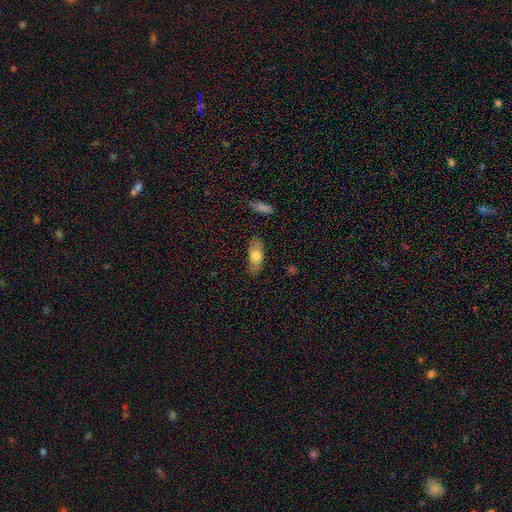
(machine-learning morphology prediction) A smooth galaxy with no disk features (71%) that is in between round and cigar-shaped (81%). Merging: none (78%).